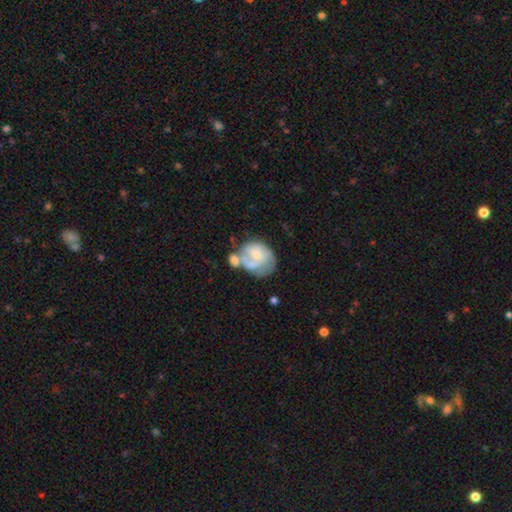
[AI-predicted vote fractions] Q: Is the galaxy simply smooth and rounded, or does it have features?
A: featured or disk — 51%.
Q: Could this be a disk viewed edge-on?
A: no — 98%.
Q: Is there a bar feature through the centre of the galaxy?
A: no — 77%.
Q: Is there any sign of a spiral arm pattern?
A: no — 59%.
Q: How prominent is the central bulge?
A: small — 45%.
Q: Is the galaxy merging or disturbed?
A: merger — 32%.